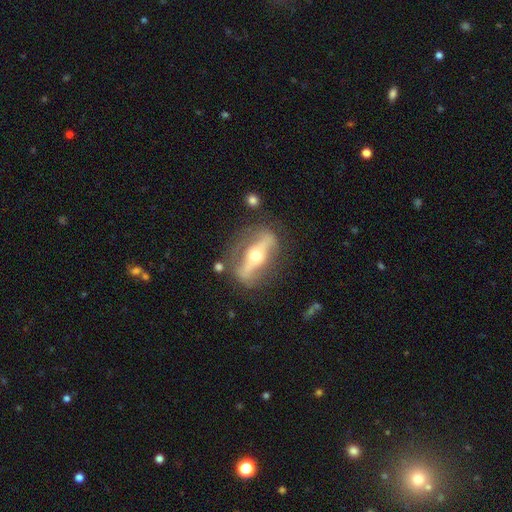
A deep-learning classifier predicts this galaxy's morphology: type=featured or disk (77%); edge-on=no (51%); merging=none (72%).